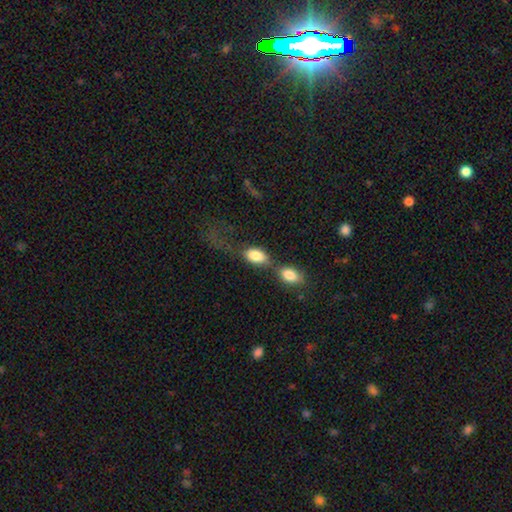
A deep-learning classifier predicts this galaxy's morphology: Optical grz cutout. It shows a smooth galaxy with no disk features (81%) that is in between round and cigar-shaped (90%). Merging: merger (47%).